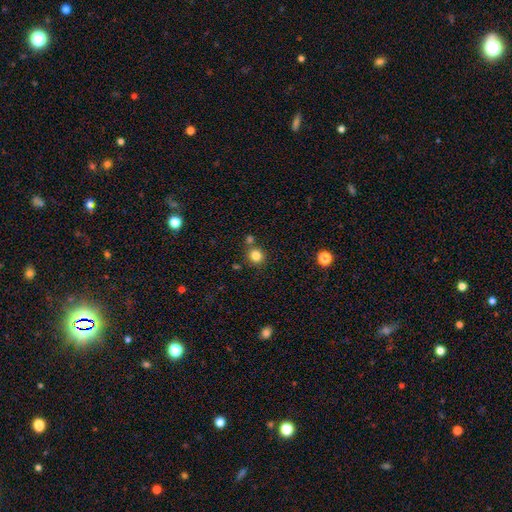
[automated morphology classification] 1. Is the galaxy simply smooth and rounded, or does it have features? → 83% smooth, 12% star or artifact, 5% featured or disk.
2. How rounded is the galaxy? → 87% round, 12% in between, 1% cigar-shaped.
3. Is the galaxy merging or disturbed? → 75% none, 14% merger, 9% minor disturbance, 3% major disturbance.